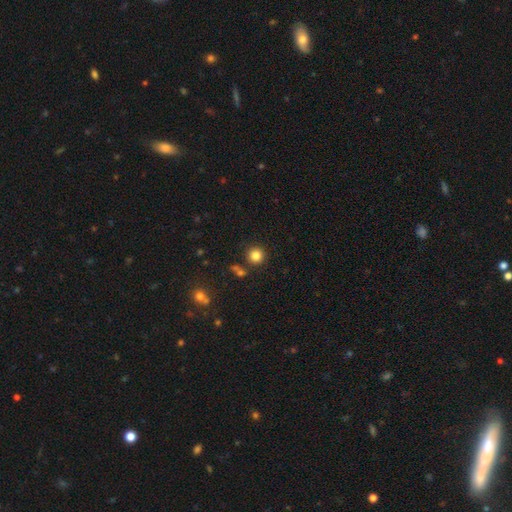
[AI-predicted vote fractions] Morphology: type=smooth (83%); roundness=round (94%); merging=none (85%).